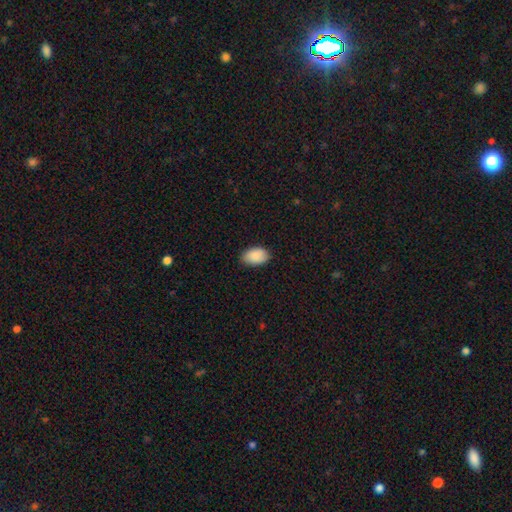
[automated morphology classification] smooth-or-featured: smooth: 89% | star or artifact: 6% | featured or disk: 4%
  how-rounded: in between: 92% | round: 7% | cigar-shaped: 1%
  merging: none: 82% | minor disturbance: 14% | major disturbance: 2% | merger: 1%